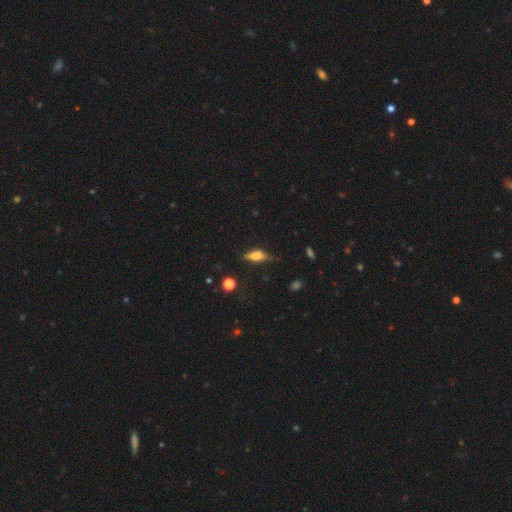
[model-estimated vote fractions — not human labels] Smooth or featured?
  - smooth: 53% *
  - featured or disk: 37%
  - star or artifact: 10%
How rounded?
  - in between: 64% *
  - cigar-shaped: 31%
  - round: 5%
Merging?
  - none: 68% *
  - minor disturbance: 23%
  - major disturbance: 7%
  - merger: 2%